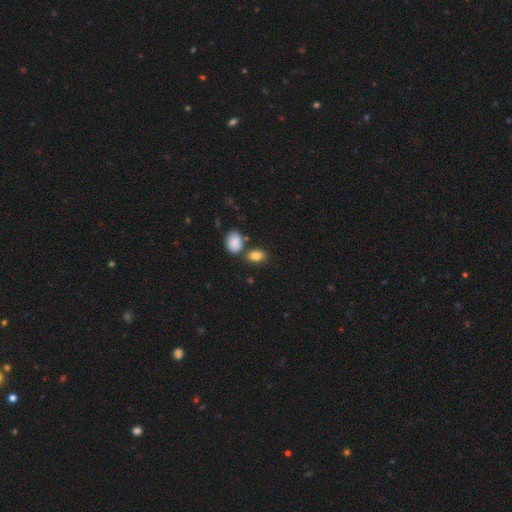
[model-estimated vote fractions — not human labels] smooth-or-featured: smooth: 84% | star or artifact: 9% | featured or disk: 8%
  how-rounded: in between: 86% | round: 12% | cigar-shaped: 2%
  merging: none: 67% | merger: 18% | minor disturbance: 12% | major disturbance: 3%